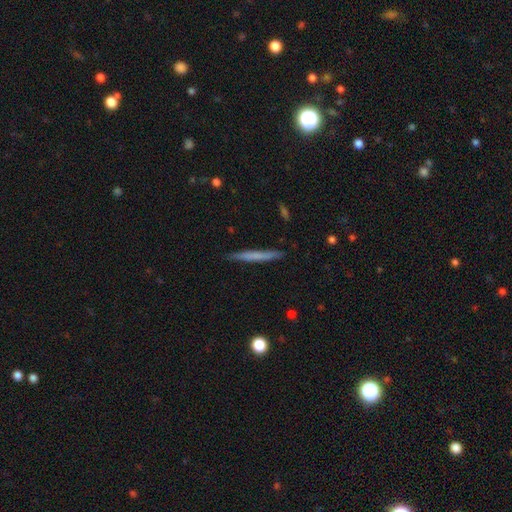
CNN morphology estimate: smooth-or-featured: smooth: 60% | featured or disk: 34% | star or artifact: 6%
  how-rounded: cigar-shaped: 96% | in between: 2% | round: 1%
  merging: none: 89% | minor disturbance: 8% | major disturbance: 2% | merger: 1%